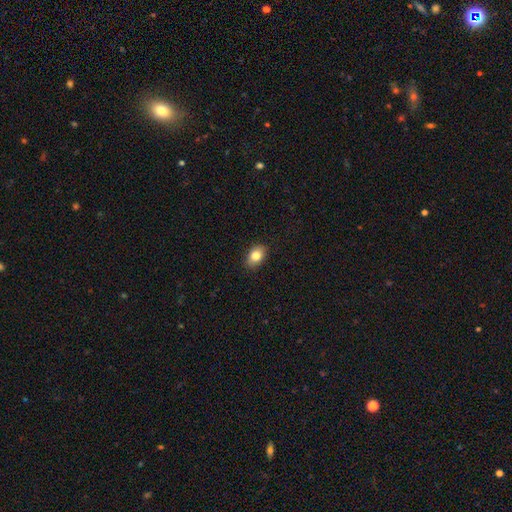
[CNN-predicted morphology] Overall: smooth (83%). How rounded: in between (79%). Merging: none (88%).